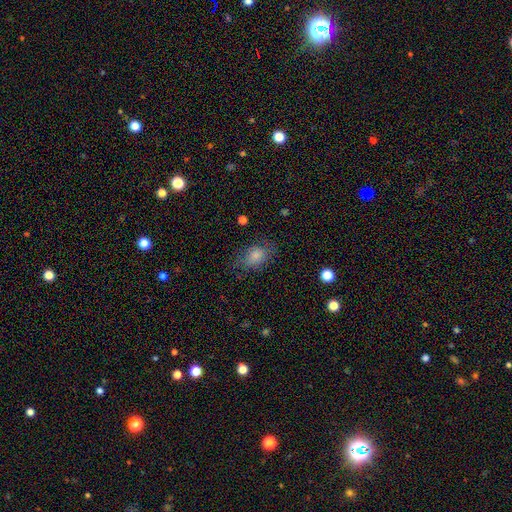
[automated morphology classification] This is likely a smooth galaxy (78%). How rounded: likely in between (78%). Merging: likely none (64%).